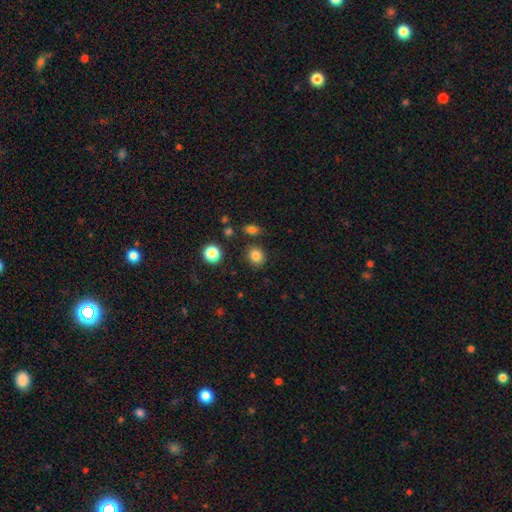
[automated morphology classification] Smooth or featured? smooth (83%)
How rounded? round (78%)
Merging? none (83%)